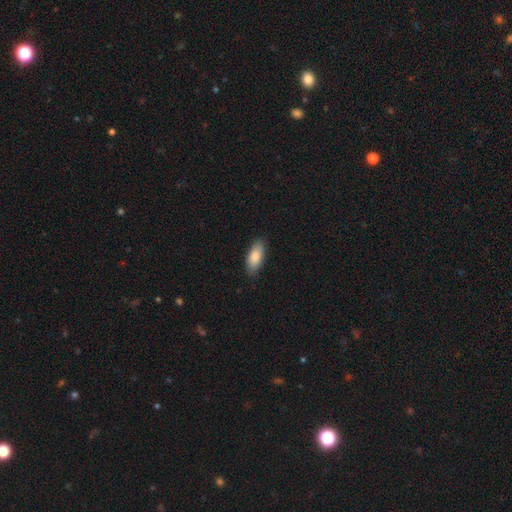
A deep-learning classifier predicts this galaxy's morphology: This appears to be a smooth galaxy with no disk features (84%) that is in between round and cigar-shaped (83%). Merging: none (87%).